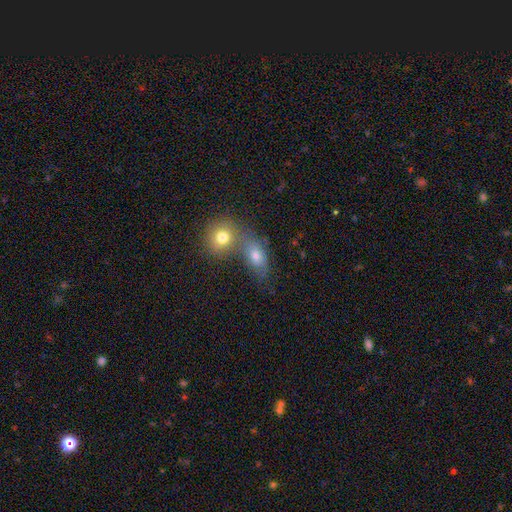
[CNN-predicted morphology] The model was most divided on "merging": merger: 52%, none: 33%, minor disturbance: 10%, major disturbance: 5%. More confident: smooth or featured — smooth (71%); how rounded — in between (64%).